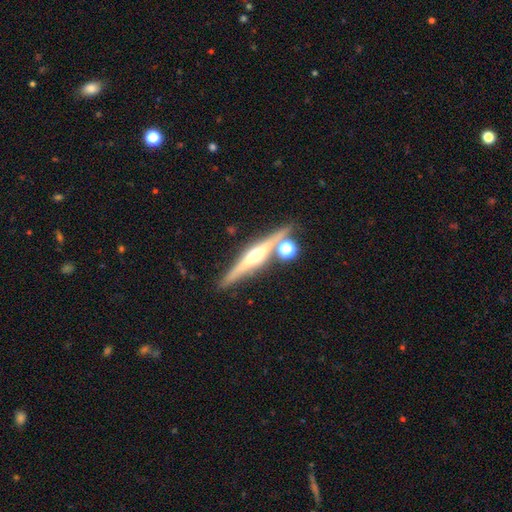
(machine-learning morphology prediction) Smooth or featured? featured or disk (74%)
Edge-on disk? yes (97%)
Edge-on bulge? rounded (90%)
Merging? none (78%)